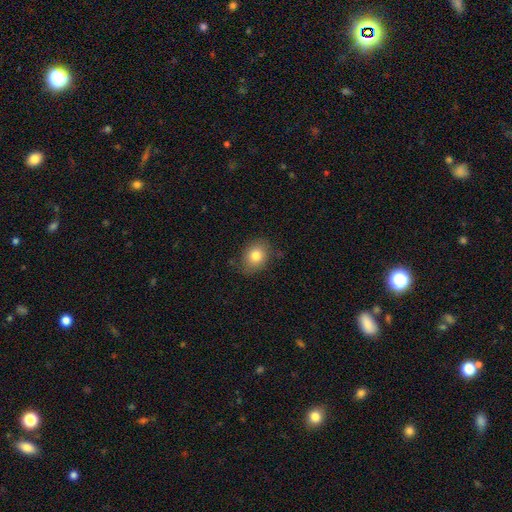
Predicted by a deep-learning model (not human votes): Q: Smooth or featured?
A: smooth (80%); runner-up: featured or disk (11%)
Q: How rounded?
A: in between (52%); runner-up: round (47%)
Q: Merging?
A: none (78%); runner-up: minor disturbance (17%)